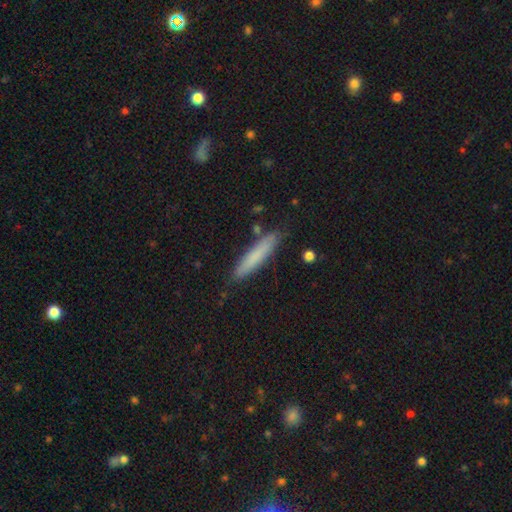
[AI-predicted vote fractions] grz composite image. It shows a smooth galaxy with no disk features (76%) that is cigar-shaped (89%). Merging: none (84%).